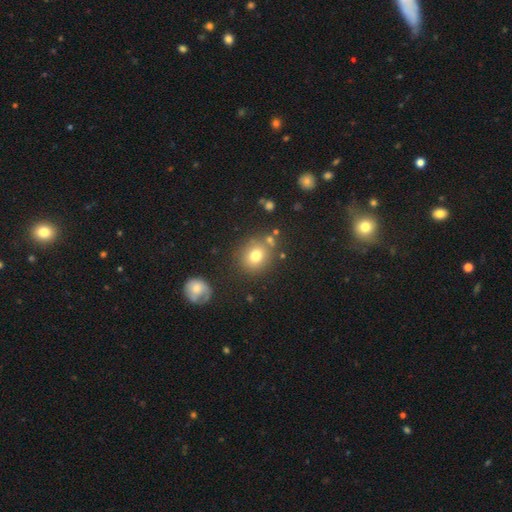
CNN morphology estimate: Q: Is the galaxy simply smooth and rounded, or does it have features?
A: smooth — 77%.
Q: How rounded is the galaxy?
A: round — 78%.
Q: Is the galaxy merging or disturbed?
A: none — 75%.